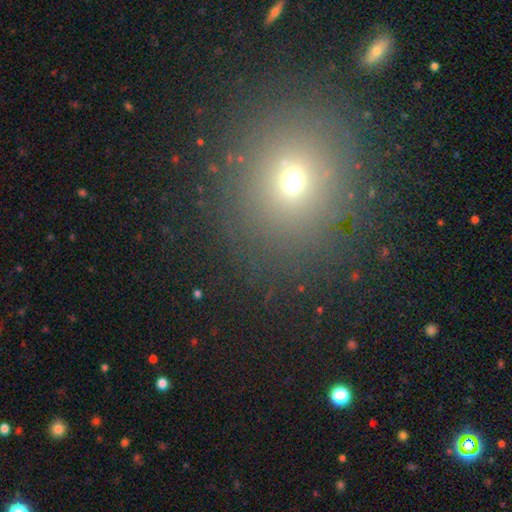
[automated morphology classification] type=smooth (57%); roundness=round (84%); merging=none (88%).